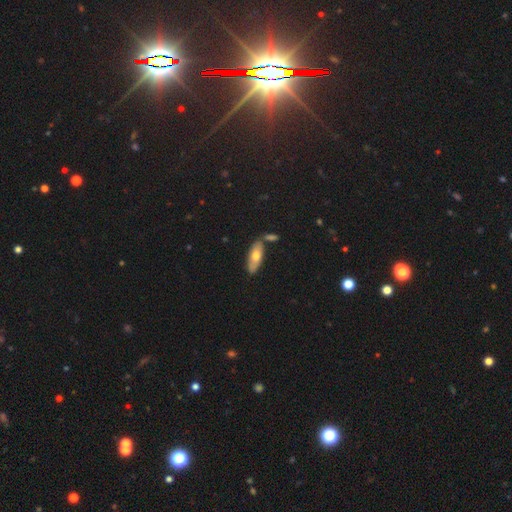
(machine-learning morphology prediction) type=smooth (63%); roundness=in between (73%); merging=none (73%).